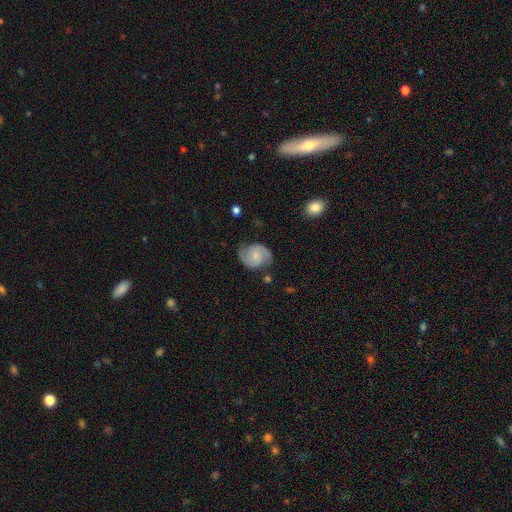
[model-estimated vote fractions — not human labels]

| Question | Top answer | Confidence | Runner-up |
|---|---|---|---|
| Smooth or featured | featured or disk | 69% | smooth (24%) |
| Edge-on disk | no | 98% | yes (2%) |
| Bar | no | 65% | weak (30%) |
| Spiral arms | yes | 94% | no (6%) |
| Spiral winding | medium | 48% | tight (30%) |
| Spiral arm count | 2 | 90% | can't tell (5%) |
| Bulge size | small | 62% | moderate (21%) |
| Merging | none | 72% | minor disturbance (19%) |